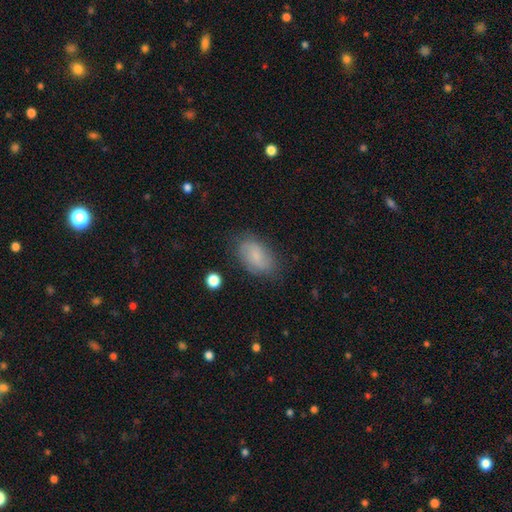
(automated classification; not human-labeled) smooth 67%, featured or disk 25%, star or artifact 9%. Down the decision tree: how rounded — in between (90%); merging — none (77%).